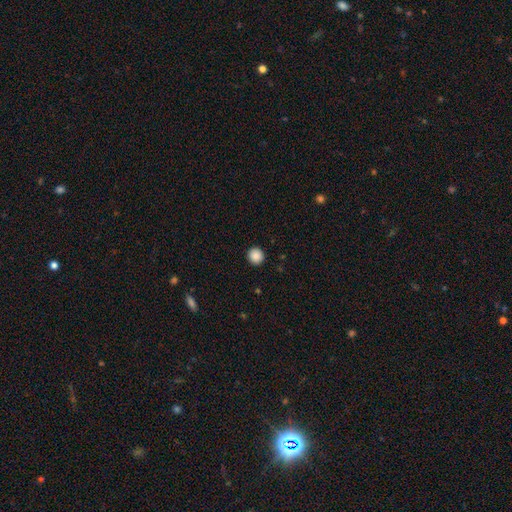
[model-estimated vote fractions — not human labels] Overall: smooth (88%). How rounded: round (95%). Merging: none (93%).